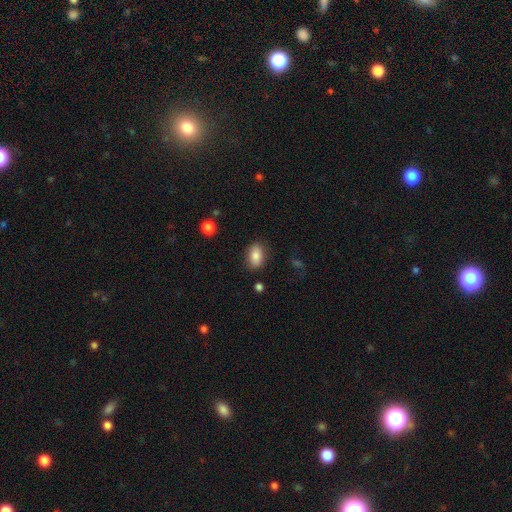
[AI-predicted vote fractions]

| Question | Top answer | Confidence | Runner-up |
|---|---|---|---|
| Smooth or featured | smooth | 84% | featured or disk (8%) |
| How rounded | in between | 88% | round (10%) |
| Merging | none | 83% | minor disturbance (12%) |